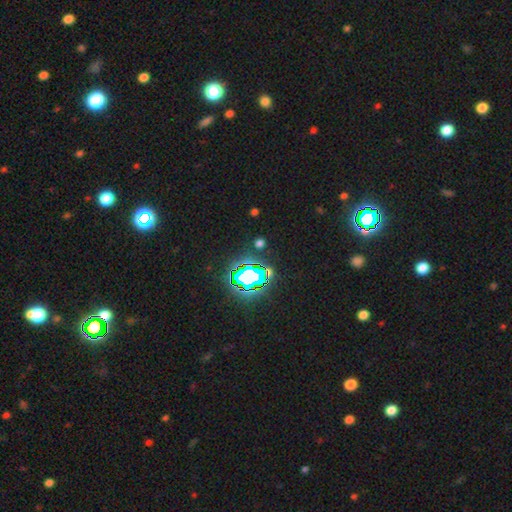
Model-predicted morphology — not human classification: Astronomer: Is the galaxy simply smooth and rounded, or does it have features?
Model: star or artifact — 81%.